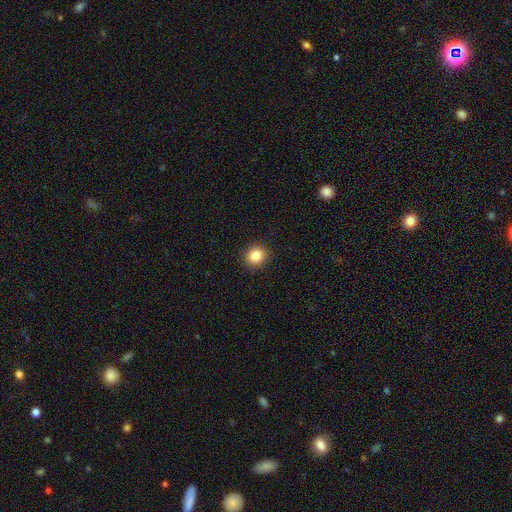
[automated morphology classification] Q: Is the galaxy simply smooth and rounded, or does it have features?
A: smooth — 86%.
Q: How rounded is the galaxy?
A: round — 82%.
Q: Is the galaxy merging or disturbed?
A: none — 91%.